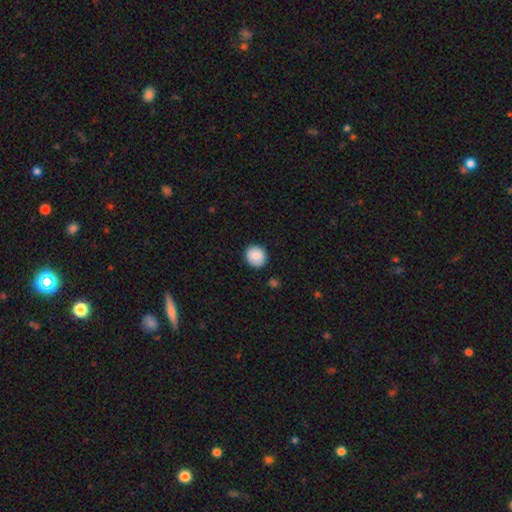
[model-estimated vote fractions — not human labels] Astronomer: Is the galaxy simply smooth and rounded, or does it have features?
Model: smooth — 85%.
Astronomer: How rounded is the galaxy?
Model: round — 84%.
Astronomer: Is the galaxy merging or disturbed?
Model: none — 88%.